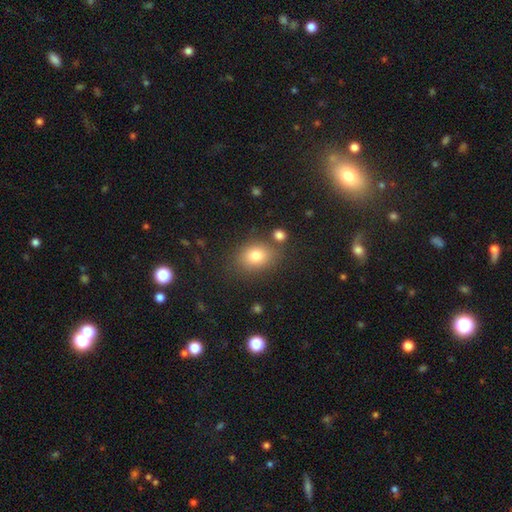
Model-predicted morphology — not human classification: A smooth galaxy with no disk features (78%) that is in between round and cigar-shaped (54%). Merging: none (78%).